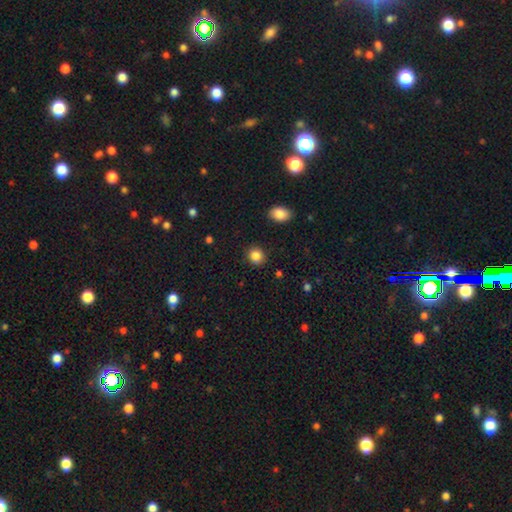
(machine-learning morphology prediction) Smooth or featured?
  - smooth: 86% *
  - star or artifact: 10%
  - featured or disk: 4%
How rounded?
  - round: 81% *
  - in between: 18%
  - cigar-shaped: 1%
Merging?
  - none: 89% *
  - minor disturbance: 8%
  - major disturbance: 2%
  - merger: 2%